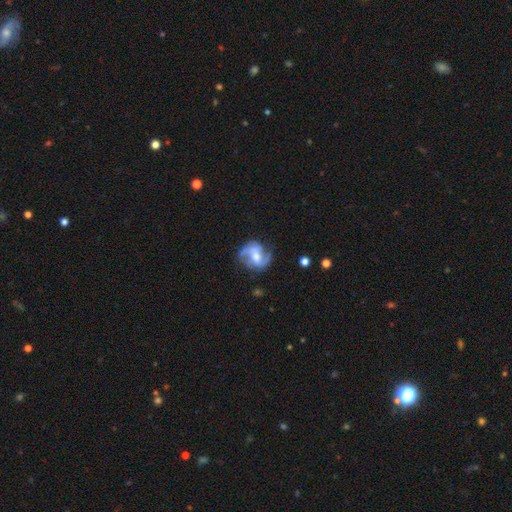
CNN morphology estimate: This appears to be a featured or disk galaxy (77%) with a weak bar (46%), 2 (70%) medium (46%) spiral arms (91%) and a moderate central bulge (55%). Merging: none (63%).